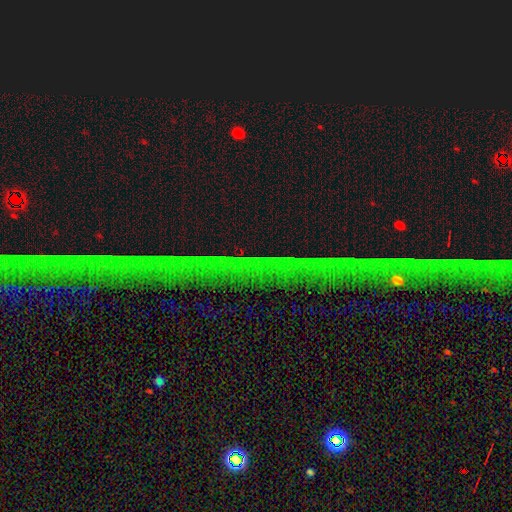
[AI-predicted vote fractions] A star or artifact, not a galaxy (83%).